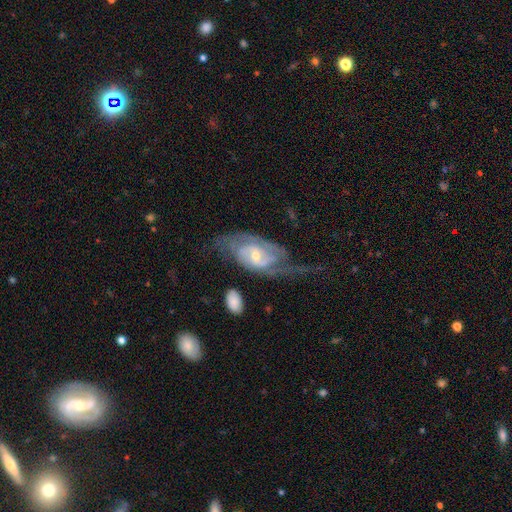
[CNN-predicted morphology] type=featured or disk (86%); edge-on=no (94%); bar=no (53%); spiral arms=yes (94%); winding=medium (42%); arm count=2 (66%); bulge=small (54%); merging=none (47%).